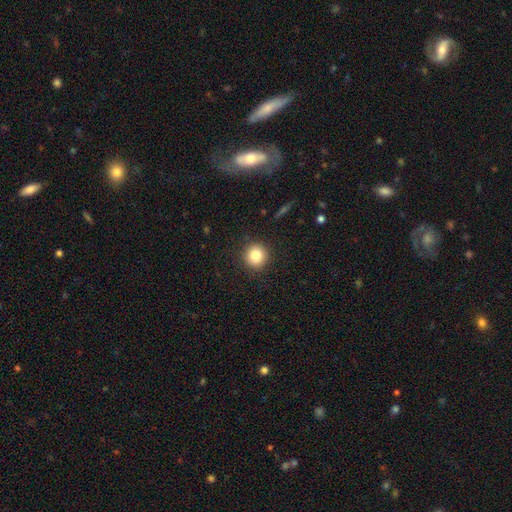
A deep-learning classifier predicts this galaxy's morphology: smooth-or-featured: smooth: 83% | star or artifact: 10% | featured or disk: 7%
  how-rounded: round: 93% | in between: 6% | cigar-shaped: 1%
  merging: none: 91% | minor disturbance: 6% | major disturbance: 2% | merger: 1%